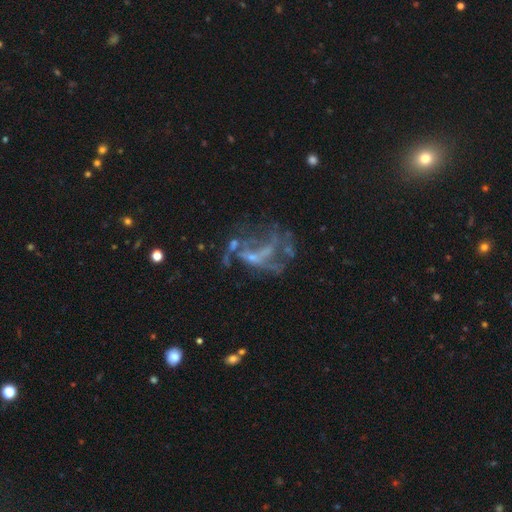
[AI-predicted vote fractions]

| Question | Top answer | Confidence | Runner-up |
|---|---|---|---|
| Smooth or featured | featured or disk | 67% | star or artifact (20%) |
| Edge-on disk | no | 97% | yes (3%) |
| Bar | no | 69% | weak (23%) |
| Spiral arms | no | 62% | yes (38%) |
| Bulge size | none | 51% | small (35%) |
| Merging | major disturbance | 39% | none (35%) |